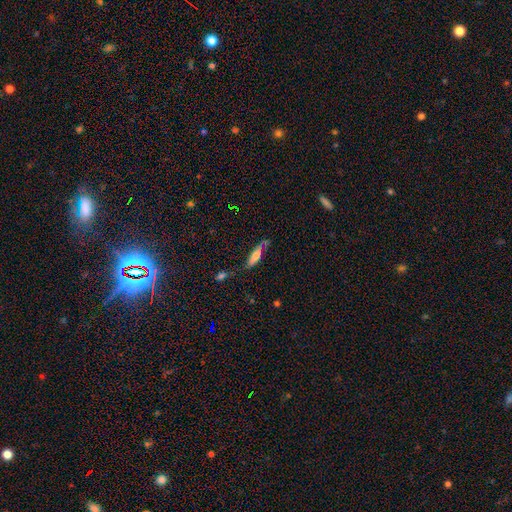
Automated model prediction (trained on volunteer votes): Smooth or featured?
  - smooth: 57% *
  - featured or disk: 36%
  - star or artifact: 7%
How rounded?
  - cigar-shaped: 67% *
  - in between: 31%
  - round: 2%
Merging?
  - none: 58% *
  - minor disturbance: 25%
  - major disturbance: 10%
  - merger: 7%